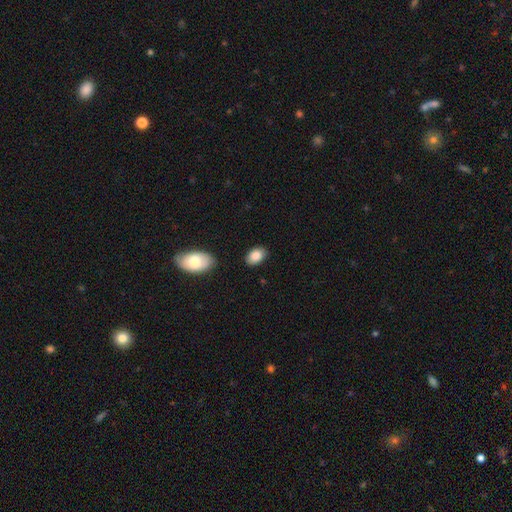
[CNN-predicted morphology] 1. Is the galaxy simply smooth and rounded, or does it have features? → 87% smooth, 7% star or artifact, 6% featured or disk.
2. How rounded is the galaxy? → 89% in between, 10% round, 1% cigar-shaped.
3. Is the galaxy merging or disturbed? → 81% none, 13% minor disturbance, 3% merger, 3% major disturbance.